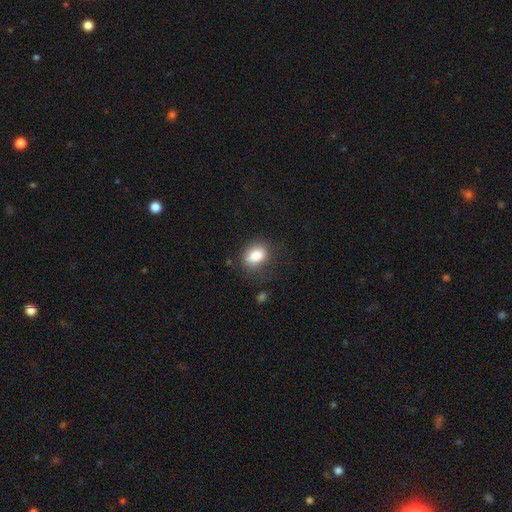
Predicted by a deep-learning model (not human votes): smooth_or_featured: smooth (p=0.85) [alt: star or artifact p=0.09]
how_rounded: in between (p=0.70) [alt: round p=0.29]
merging: none (p=0.68) [alt: minor disturbance p=0.21]